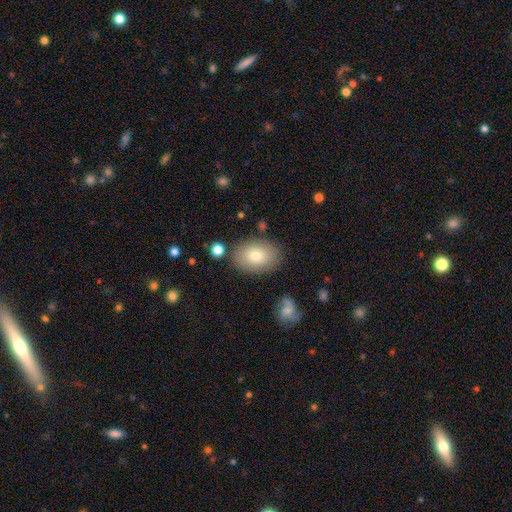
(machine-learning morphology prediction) Smooth or featured: smooth — 76% (featured or disk — 15%)
How rounded: in between — 84% (round — 15%)
Merging: none — 82% (minor disturbance — 12%)